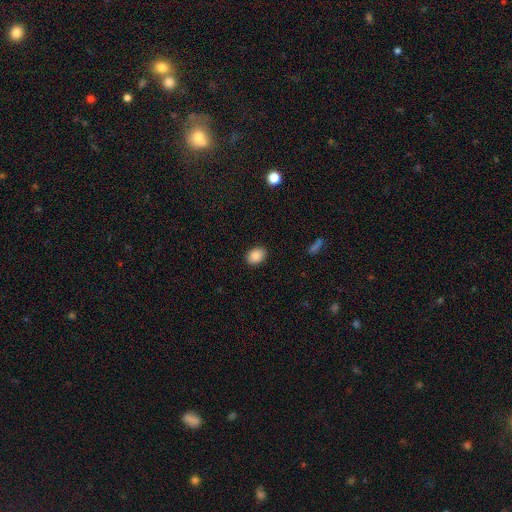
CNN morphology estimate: Smooth or featured?
  - smooth: 88% *
  - star or artifact: 8%
  - featured or disk: 4%
How rounded?
  - in between: 76% *
  - round: 23%
  - cigar-shaped: 1%
Merging?
  - none: 89% *
  - minor disturbance: 8%
  - major disturbance: 2%
  - merger: 1%